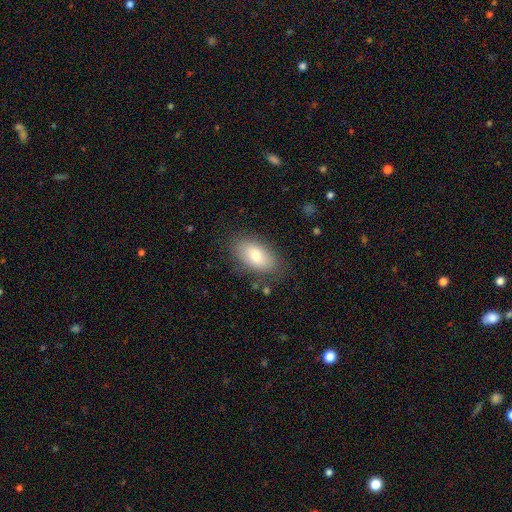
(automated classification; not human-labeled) Smooth or featured?
  - smooth: 76% *
  - featured or disk: 16%
  - star or artifact: 7%
How rounded?
  - in between: 92% *
  - round: 5%
  - cigar-shaped: 3%
Merging?
  - none: 81% *
  - minor disturbance: 14%
  - major disturbance: 4%
  - merger: 2%